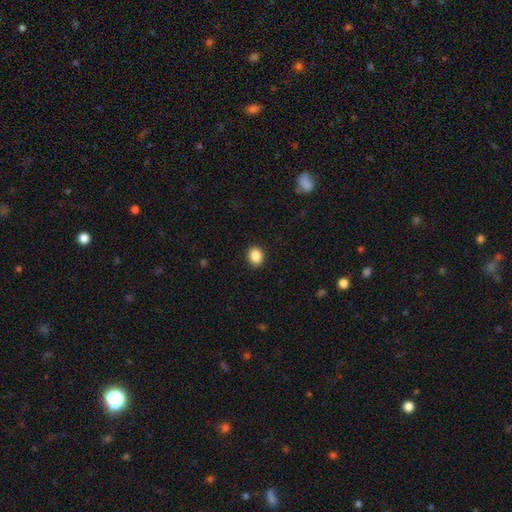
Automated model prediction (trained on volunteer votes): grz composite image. It shows a smooth galaxy with no disk features (88%) that is round (61%). Merging: none (91%).